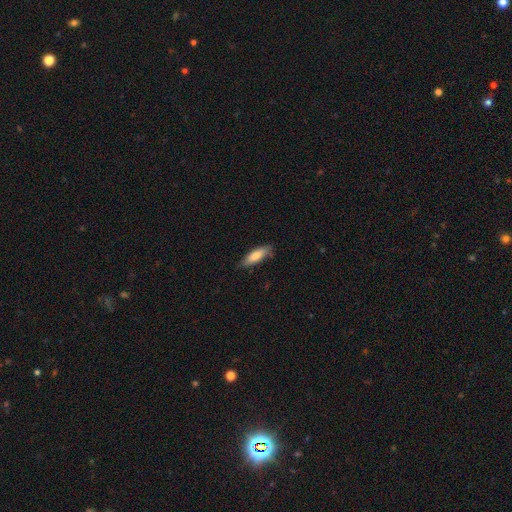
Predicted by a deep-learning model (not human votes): smooth_or_featured: smooth (p=0.78) [alt: featured or disk p=0.17]
how_rounded: cigar-shaped (p=0.50) [alt: in between p=0.49]
merging: none (p=0.78) [alt: minor disturbance p=0.18]